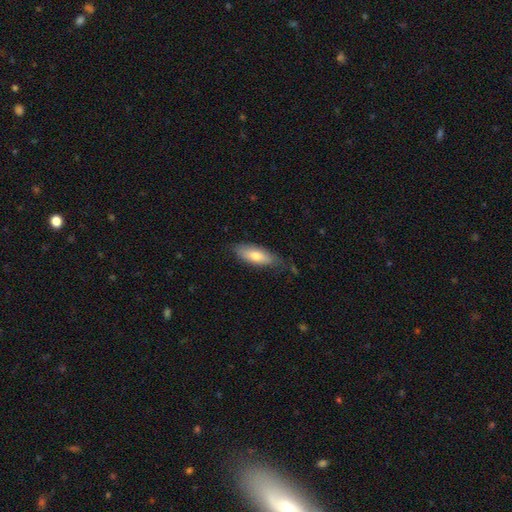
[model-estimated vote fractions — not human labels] Morphology: type=smooth (73%); roundness=in between (67%); merging=none (69%).